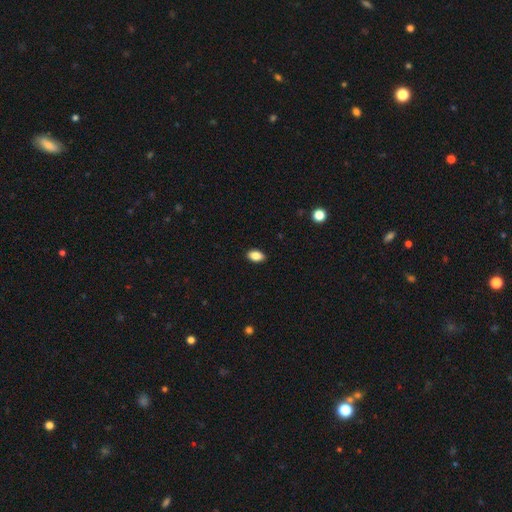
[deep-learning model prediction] A smooth galaxy with no disk features (86%) that is in between round and cigar-shaped (89%). Merging: none (90%).